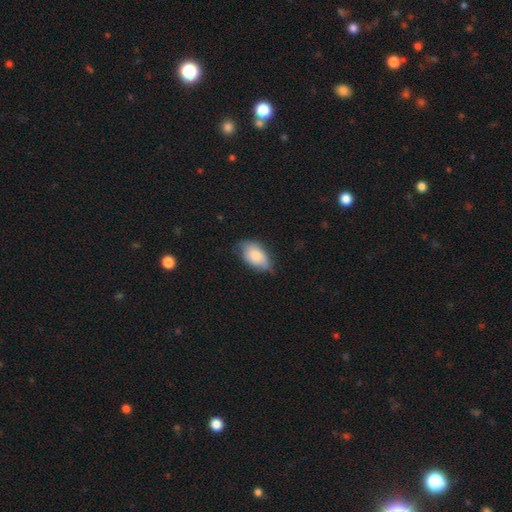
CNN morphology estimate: Q: Smooth or featured?
A: smooth (75%); runner-up: featured or disk (18%)
Q: How rounded?
A: in between (93%); runner-up: round (5%)
Q: Merging?
A: none (61%); runner-up: minor disturbance (32%)